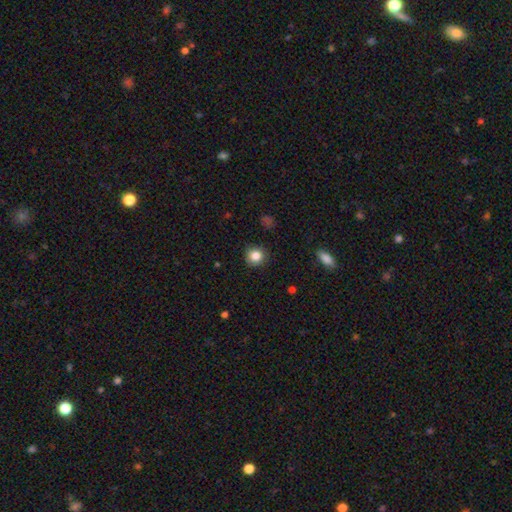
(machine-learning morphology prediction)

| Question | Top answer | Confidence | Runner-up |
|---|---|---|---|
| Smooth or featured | smooth | 84% | star or artifact (10%) |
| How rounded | round | 90% | in between (9%) |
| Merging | none | 89% | minor disturbance (8%) |